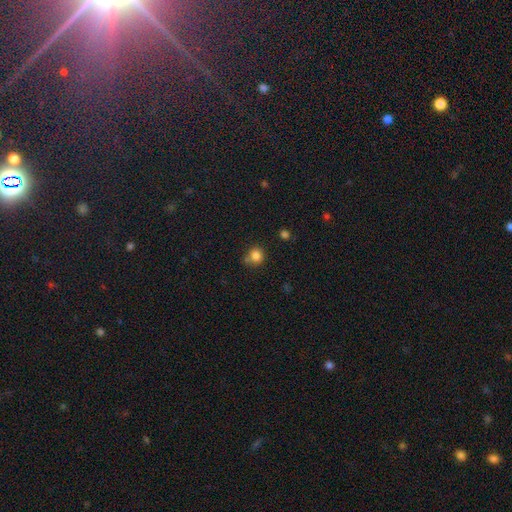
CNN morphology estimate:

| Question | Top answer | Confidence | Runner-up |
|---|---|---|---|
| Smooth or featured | smooth | 83% | star or artifact (12%) |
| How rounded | round | 88% | in between (11%) |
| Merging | none | 67% | minor disturbance (17%) |